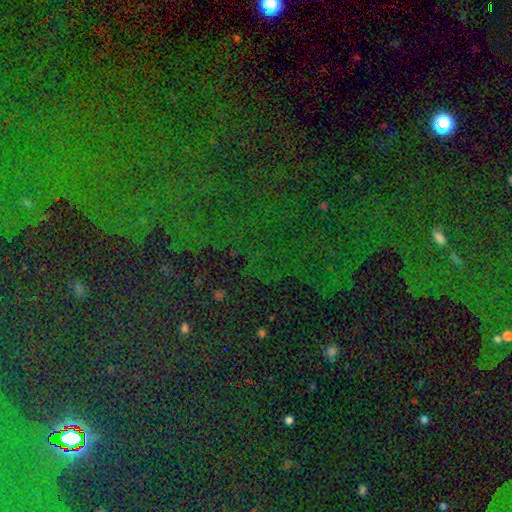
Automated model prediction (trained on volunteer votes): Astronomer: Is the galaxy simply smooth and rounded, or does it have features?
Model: star or artifact — 80%.